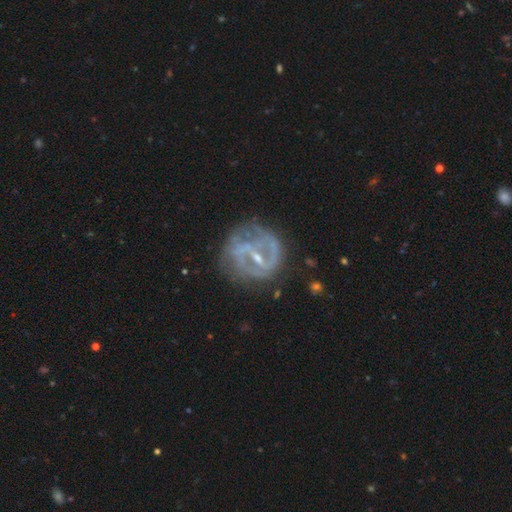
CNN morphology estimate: Q: Smooth or featured?
A: featured or disk (82%); runner-up: smooth (10%)
Q: Edge-on disk?
A: no (97%); runner-up: yes (3%)
Q: Bar?
A: strong (44%); runner-up: weak (40%)
Q: Spiral arms?
A: yes (80%); runner-up: no (20%)
Q: Spiral winding?
A: medium (42%); runner-up: tight (37%)
Q: Spiral arm count?
A: 2 (59%); runner-up: can't tell (22%)
Q: Bulge size?
A: small (66%); runner-up: moderate (27%)
Q: Merging?
A: none (68%); runner-up: minor disturbance (18%)